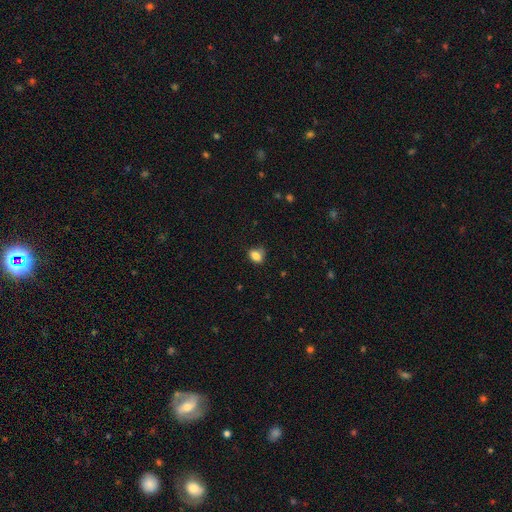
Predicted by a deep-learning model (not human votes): Smooth or featured? smooth (83%)
How rounded? in between (67%)
Merging? none (63%)